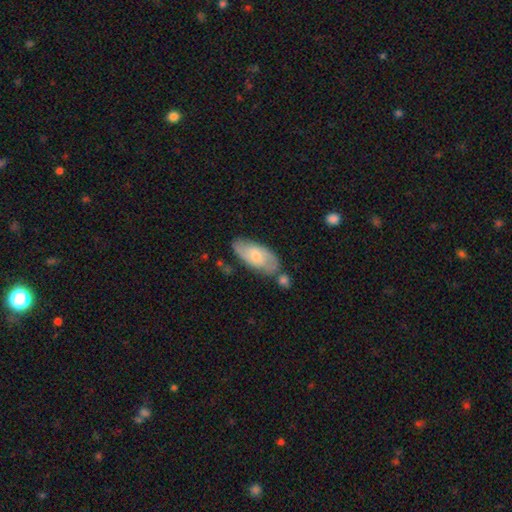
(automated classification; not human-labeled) This appears to be a smooth galaxy with no disk features (50%) that is in between round and cigar-shaped (89%). Merging: none (64%).